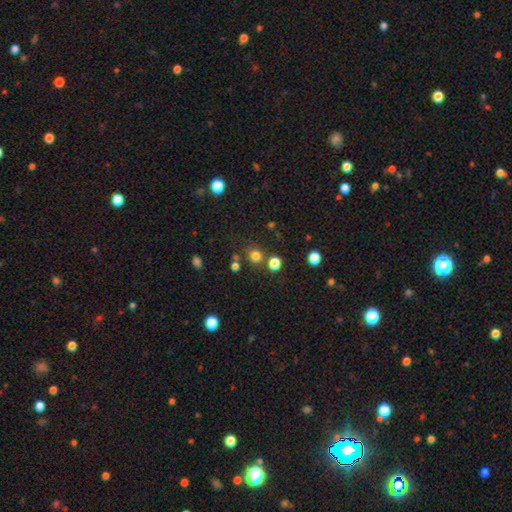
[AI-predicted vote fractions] Smooth or featured?
  - smooth: 77% *
  - star or artifact: 18%
  - featured or disk: 6%
How rounded?
  - round: 88% *
  - in between: 11%
  - cigar-shaped: 1%
Merging?
  - none: 77% *
  - merger: 11%
  - minor disturbance: 8%
  - major disturbance: 4%